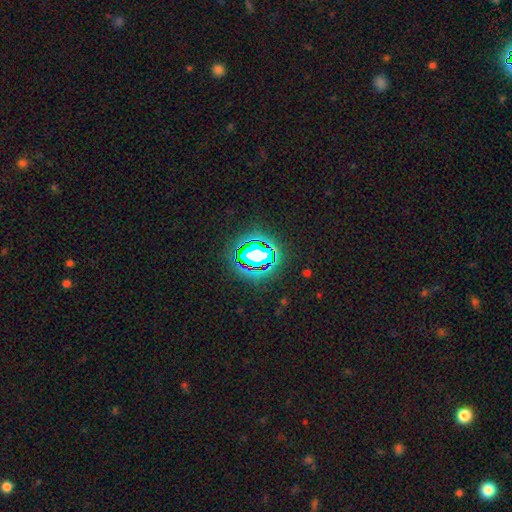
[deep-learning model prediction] A star or artifact, not a galaxy (67%).